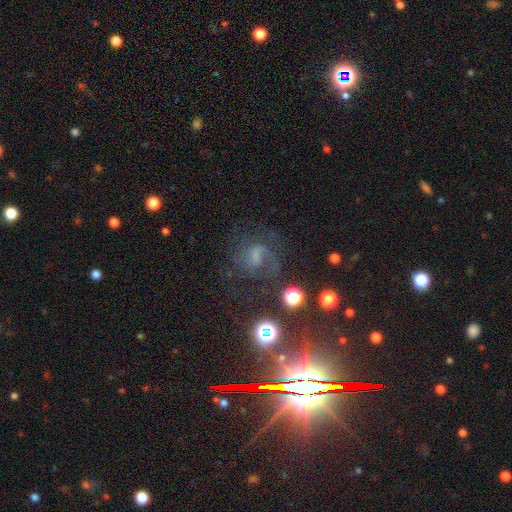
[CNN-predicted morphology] smooth-or-featured: featured or disk: 57% | star or artifact: 22% | smooth: 21%
  disk-edge-on: no: 97% | yes: 3%
    bar: weak: 46% | no: 38% | strong: 16%
    has-spiral-arms: yes: 85% | no: 15%
    bulge-size: none: 35% | small: 33% | moderate: 25% | large: 6% | dominant: 2%
  merging: none: 54% | major disturbance: 24% | minor disturbance: 19% | merger: 4%